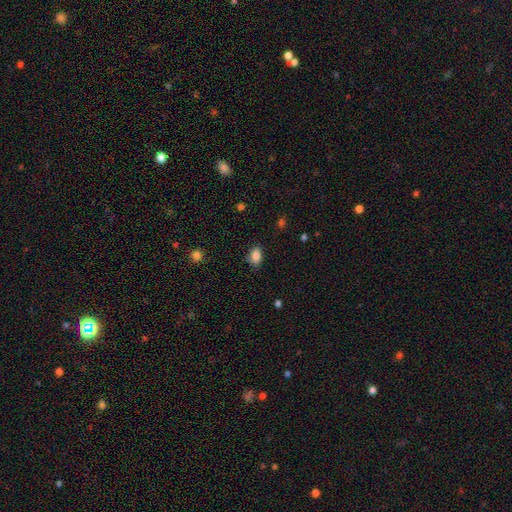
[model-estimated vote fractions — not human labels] Smooth or featured? Predicted: smooth (p=0.86). How rounded? Predicted: in between (p=0.84). Merging? Predicted: none (p=0.78).